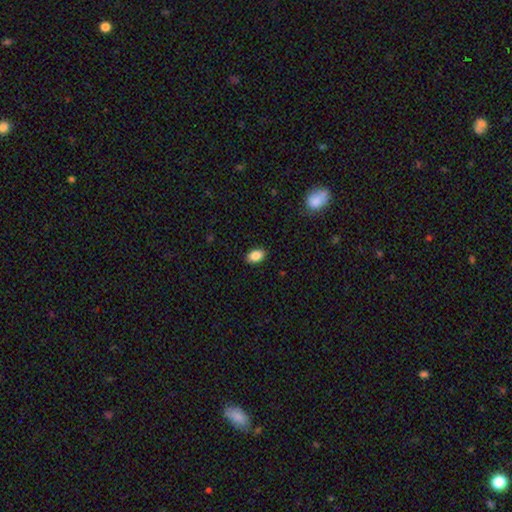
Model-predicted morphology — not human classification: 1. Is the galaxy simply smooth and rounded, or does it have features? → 86% smooth, 8% star or artifact, 5% featured or disk.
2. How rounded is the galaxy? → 87% in between, 12% round, 1% cigar-shaped.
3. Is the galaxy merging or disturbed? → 89% none, 8% minor disturbance, 2% major disturbance, 1% merger.